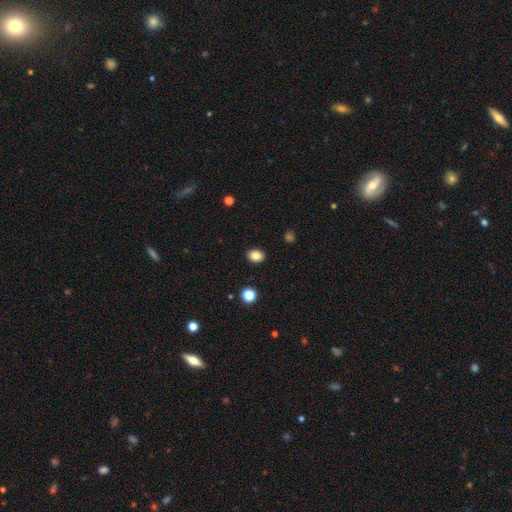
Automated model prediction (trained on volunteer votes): smooth_or_featured: smooth (p=0.84) [alt: star or artifact p=0.10]
how_rounded: in between (p=0.56) [alt: round p=0.43]
merging: none (p=0.90) [alt: minor disturbance p=0.07]